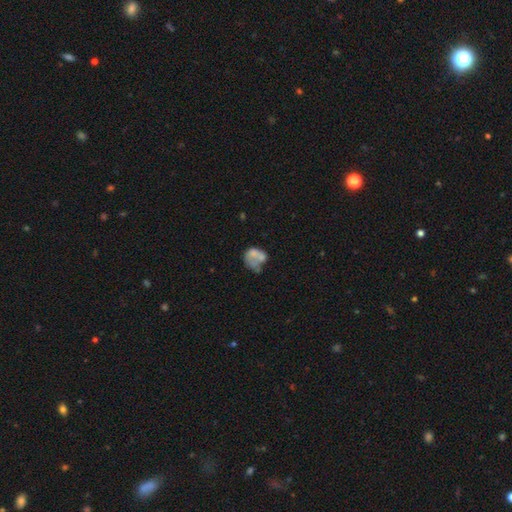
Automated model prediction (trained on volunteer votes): Morphology: type=smooth (54%); roundness=in between (53%); merging=major disturbance (28%).